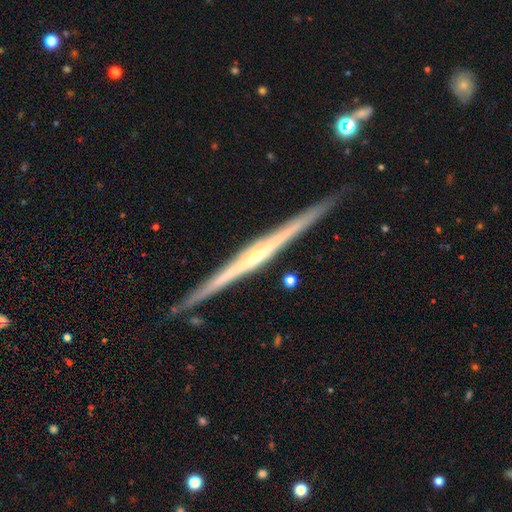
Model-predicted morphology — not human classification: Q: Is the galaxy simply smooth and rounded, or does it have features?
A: featured or disk — 86%.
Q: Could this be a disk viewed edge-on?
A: yes — 98%.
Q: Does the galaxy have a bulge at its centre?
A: rounded — 64%.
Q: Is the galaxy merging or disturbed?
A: none — 91%.